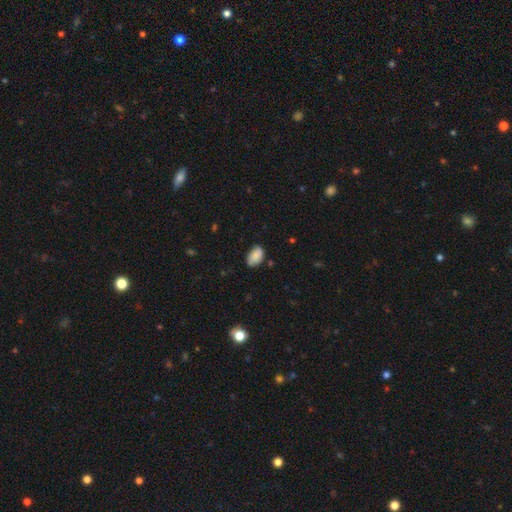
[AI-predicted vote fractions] The model was most divided on "merging": none: 73%, minor disturbance: 22%, major disturbance: 3%, merger: 2%. More confident: how rounded — in between (91%); smooth or featured — smooth (85%).